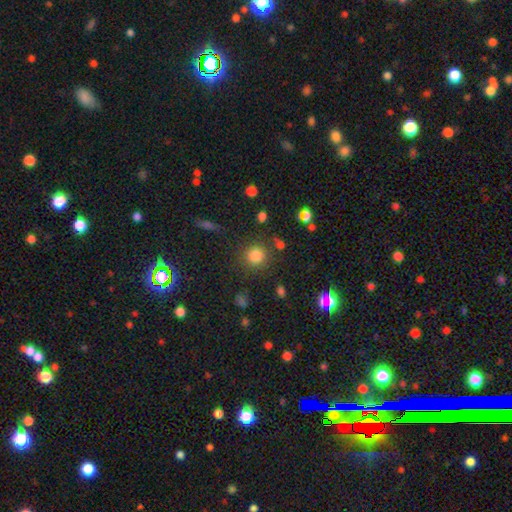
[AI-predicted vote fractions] Morphology: type=smooth (80%); roundness=round (91%); merging=none (83%).